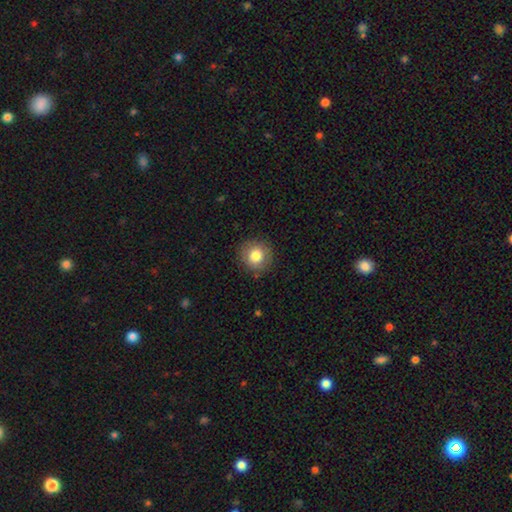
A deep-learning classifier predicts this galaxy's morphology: smooth 80%, featured or disk 11%, star or artifact 9%. Down the decision tree: how rounded — round (92%); merging — none (88%).